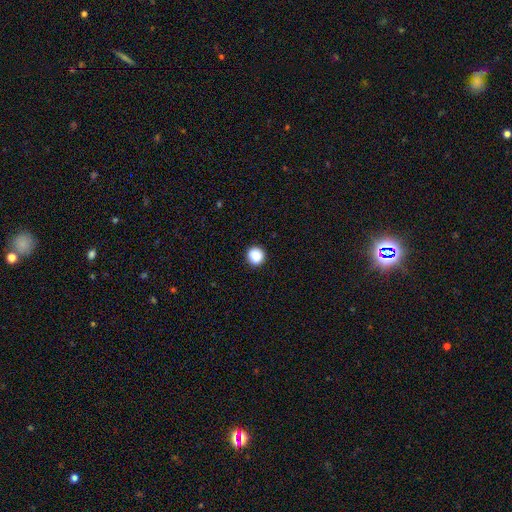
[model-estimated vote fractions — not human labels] Smooth or featured? smooth (88%)
How rounded? round (95%)
Merging? none (92%)